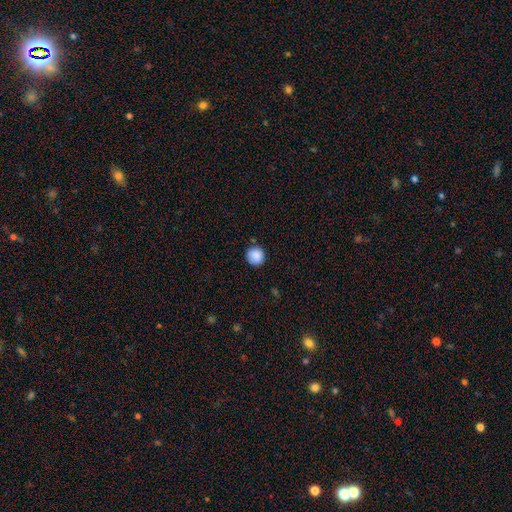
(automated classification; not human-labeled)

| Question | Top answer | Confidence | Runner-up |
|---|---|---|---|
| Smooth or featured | smooth | 88% | star or artifact (9%) |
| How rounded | round | 91% | in between (8%) |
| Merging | none | 85% | minor disturbance (10%) |